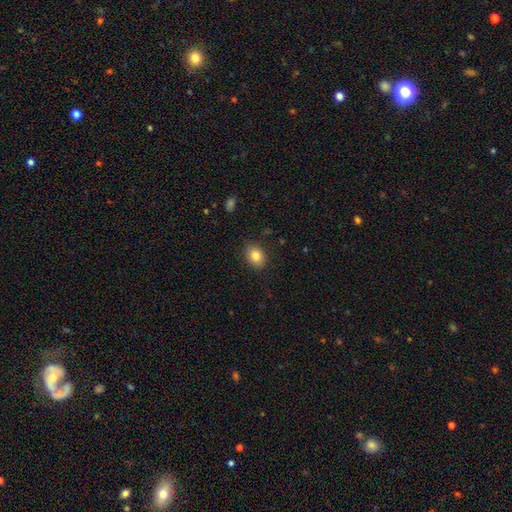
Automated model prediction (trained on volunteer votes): Smooth or featured? Predicted: smooth (p=0.83). How rounded? Predicted: in between (p=0.62). Merging? Predicted: none (p=0.86).